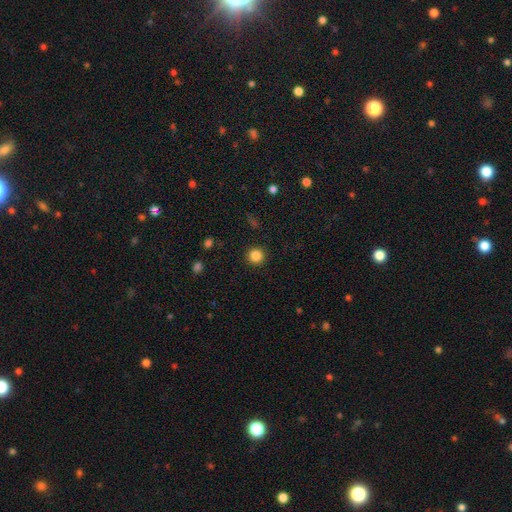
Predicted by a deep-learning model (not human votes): Smooth or featured? smooth (85%)
How rounded? round (94%)
Merging? none (92%)